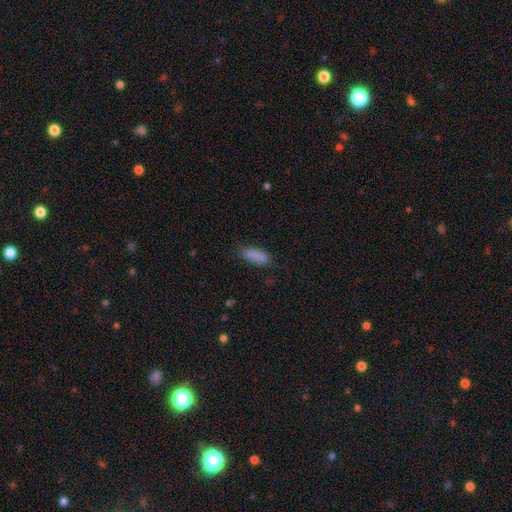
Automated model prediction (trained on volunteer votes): smooth-or-featured: smooth: 86% | star or artifact: 8% | featured or disk: 6%
  how-rounded: in between: 73% | cigar-shaped: 25% | round: 2%
  merging: none: 75% | minor disturbance: 19% | major disturbance: 5% | merger: 2%